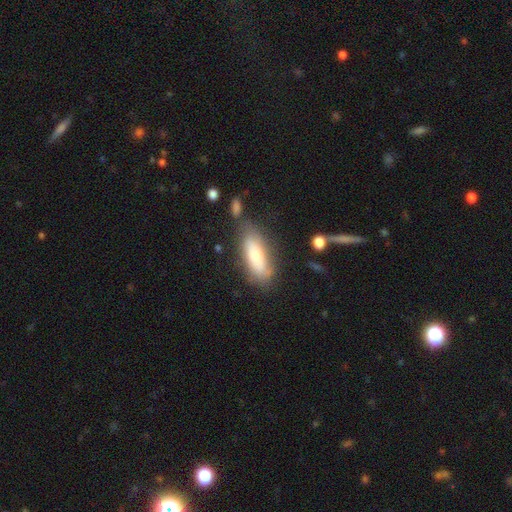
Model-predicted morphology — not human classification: smooth-or-featured: smooth: 68% | featured or disk: 26% | star or artifact: 7%
  how-rounded: in between: 66% | cigar-shaped: 31% | round: 2%
  merging: none: 64% | minor disturbance: 21% | major disturbance: 8% | merger: 7%